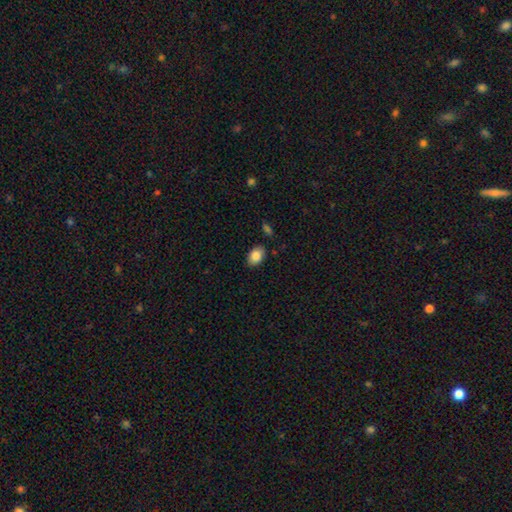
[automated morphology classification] Smooth or featured? smooth (87%)
How rounded? in between (84%)
Merging? none (85%)